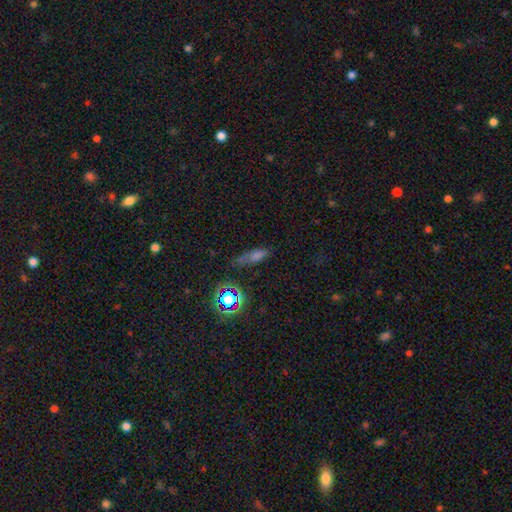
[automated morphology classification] smooth-or-featured: smooth: 52% | star or artifact: 33% | featured or disk: 15%
  how-rounded: cigar-shaped: 51% | in between: 40% | round: 9%
  merging: none: 61% | minor disturbance: 23% | major disturbance: 10% | merger: 5%